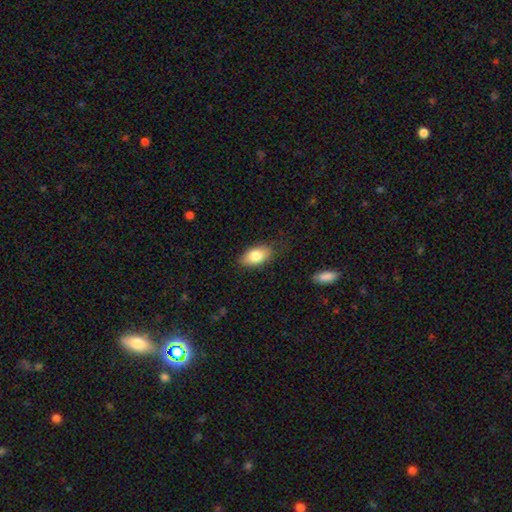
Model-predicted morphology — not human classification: Smooth or featured? Predicted: smooth (p=0.81). How rounded? Predicted: in between (p=0.91). Merging? Predicted: none (p=0.81).